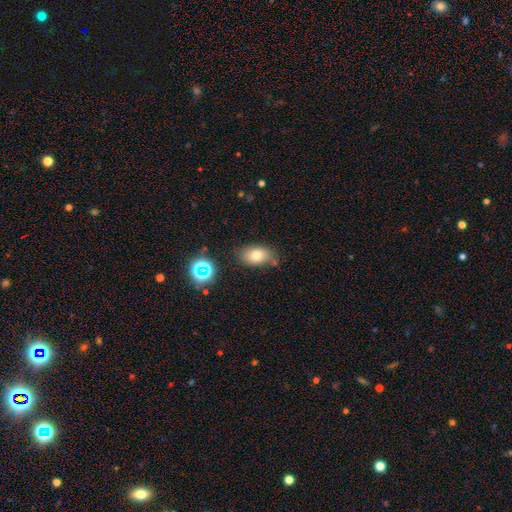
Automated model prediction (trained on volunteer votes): Smooth or featured? Predicted: smooth (p=0.75). How rounded? Predicted: in between (p=0.86). Merging? Predicted: none (p=0.71).